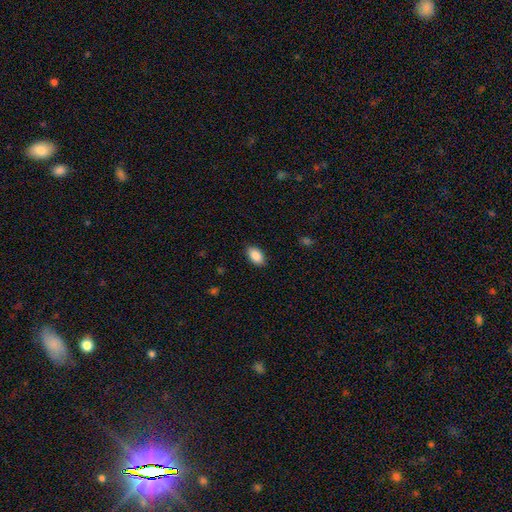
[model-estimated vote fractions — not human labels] Morphology: type=smooth (89%); roundness=in between (93%); merging=none (88%).